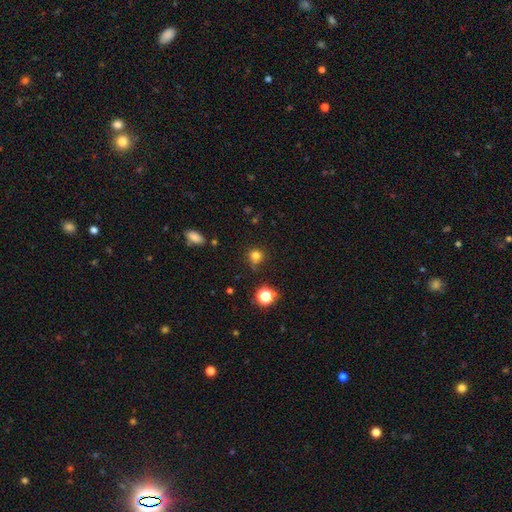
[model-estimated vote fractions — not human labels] The model was most divided on "merging": none: 67%, minor disturbance: 19%, merger: 8%, major disturbance: 7%. More confident: how rounded — round (86%); smooth or featured — smooth (76%).